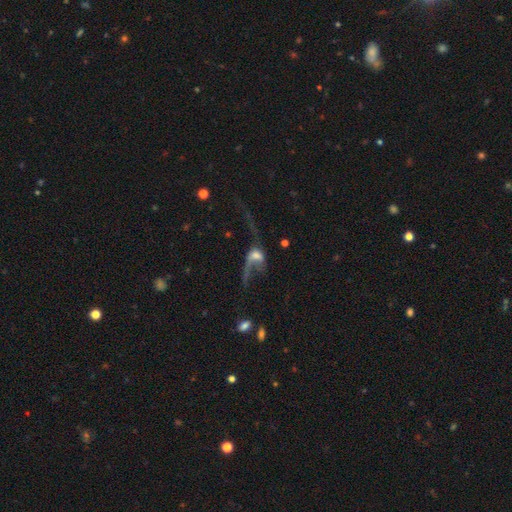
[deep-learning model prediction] smooth-or-featured: featured or disk: 64% | smooth: 24% | star or artifact: 11%
  disk-edge-on: no: 91% | yes: 9%
    bar: no: 65% | weak: 26% | strong: 9%
    has-spiral-arms: yes: 70% | no: 30%
    bulge-size: moderate: 37% | large: 23% | small: 20% | none: 14% | dominant: 6%
  merging: major disturbance: 55% | none: 22% | merger: 13% | minor disturbance: 11%